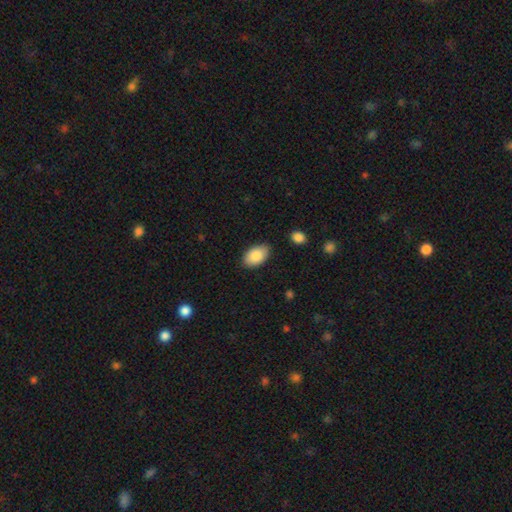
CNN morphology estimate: smooth_or_featured: smooth (p=0.86) [alt: featured or disk p=0.07]
how_rounded: in between (p=0.93) [alt: round p=0.05]
merging: none (p=0.86) [alt: minor disturbance p=0.11]